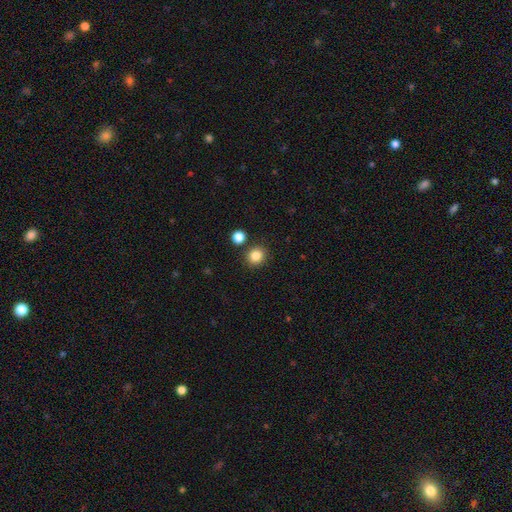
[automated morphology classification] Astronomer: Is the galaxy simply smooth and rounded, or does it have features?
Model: smooth — 84%.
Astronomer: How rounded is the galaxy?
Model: round — 86%.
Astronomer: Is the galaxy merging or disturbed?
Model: none — 85%.